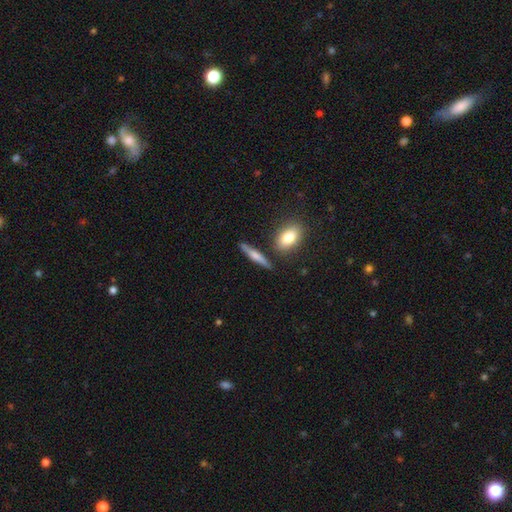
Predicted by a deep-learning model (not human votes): smooth-or-featured: smooth: 49% | featured or disk: 43% | star or artifact: 8%
  merging: none: 79% | minor disturbance: 12% | merger: 5% | major disturbance: 3%